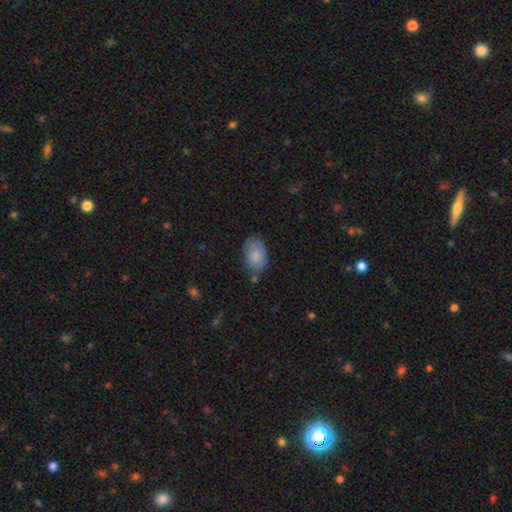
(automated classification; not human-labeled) smooth-or-featured: smooth: 78% | featured or disk: 15% | star or artifact: 7%
  how-rounded: in between: 91% | round: 8% | cigar-shaped: 1%
  merging: none: 60% | minor disturbance: 28% | major disturbance: 7% | merger: 5%